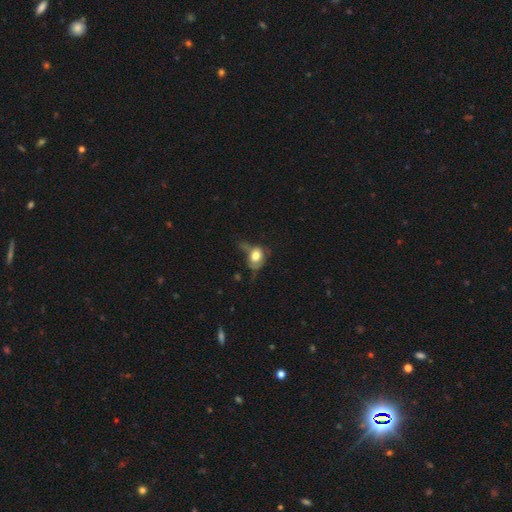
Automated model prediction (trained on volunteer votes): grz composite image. It shows a smooth galaxy with no disk features (68%) that is in between round and cigar-shaped (61%). Merging: major disturbance (38%).